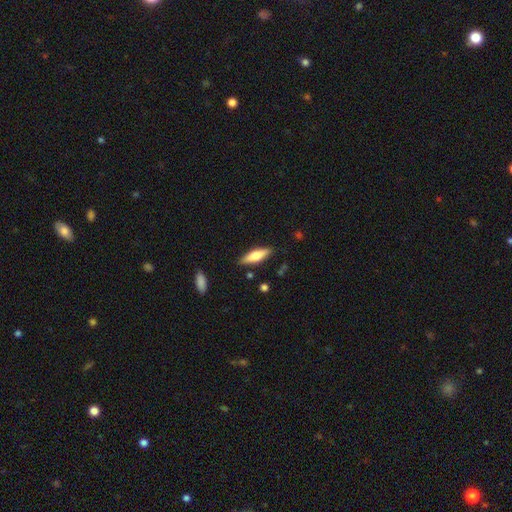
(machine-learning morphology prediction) A smooth galaxy with no disk features (62%) that is cigar-shaped (54%).

Vote fractions:
- Smooth or featured? smooth: 62% / featured or disk: 32% / star or artifact: 6%
- How rounded? cigar-shaped: 54% / in between: 44% / round: 2%
- Merging? none: 85% / minor disturbance: 11% / major disturbance: 2% / merger: 2%